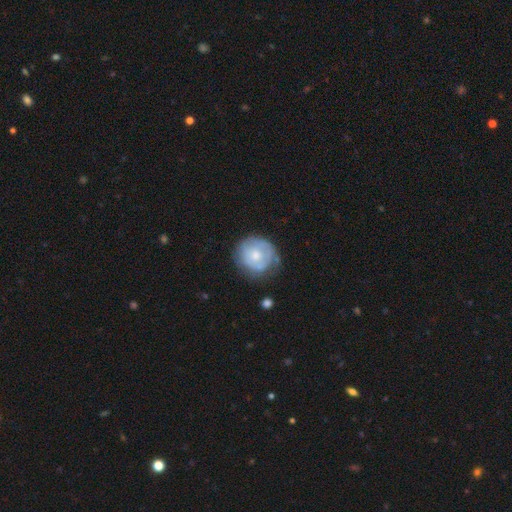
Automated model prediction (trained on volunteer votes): The model was most divided on "smooth or featured": smooth: 50%, featured or disk: 44%, star or artifact: 6%. More confident: how rounded — round (89%); merging — none (64%).